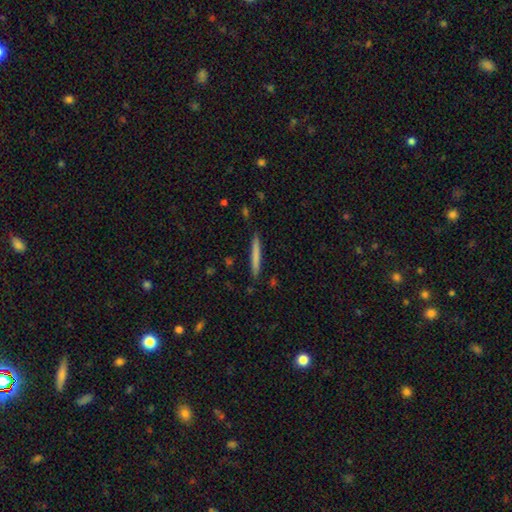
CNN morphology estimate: smooth_or_featured: smooth (p=0.72) [alt: featured or disk p=0.22]
how_rounded: cigar-shaped (p=0.96) [alt: in between p=0.02]
merging: none (p=0.90) [alt: minor disturbance p=0.07]